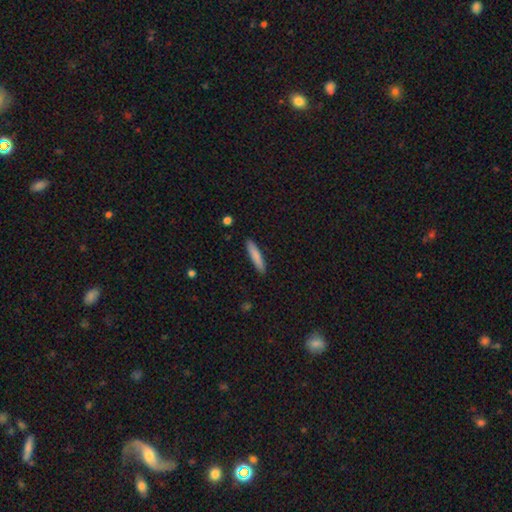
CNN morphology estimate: Smooth or featured? Predicted: smooth (p=0.83). How rounded? Predicted: cigar-shaped (p=0.88). Merging? Predicted: none (p=0.90).